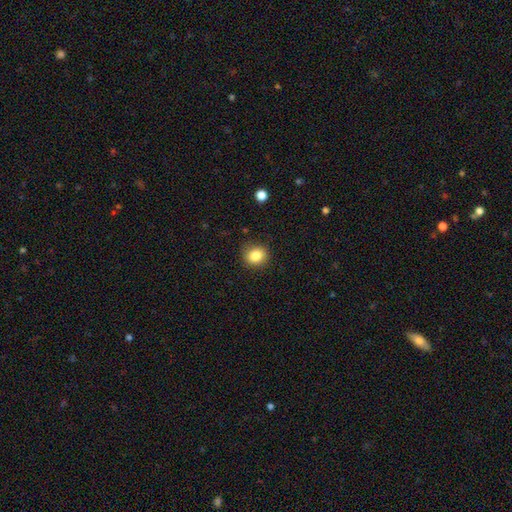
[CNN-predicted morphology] This is clearly a smooth galaxy (84%). How rounded: likely round (79%). Merging: clearly none (87%).